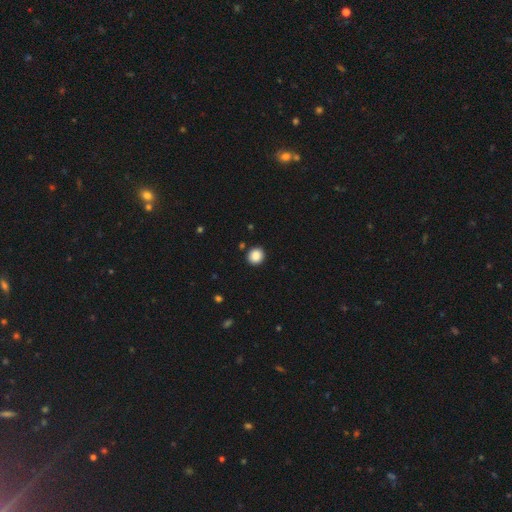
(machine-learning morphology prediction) The model was most divided on "how rounded": round: 88%, in between: 11%, cigar-shaped: 1%. More confident: merging — none (90%); smooth or featured — smooth (88%).